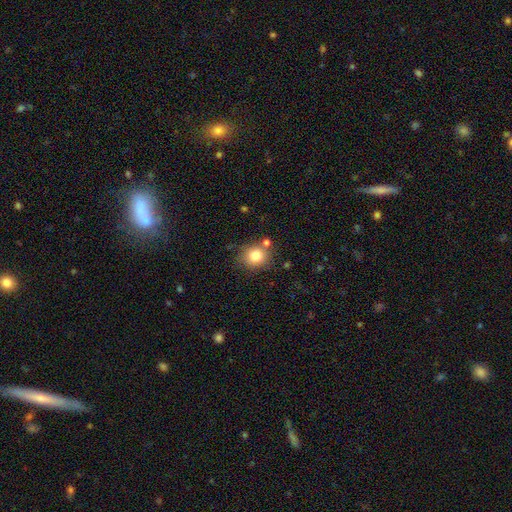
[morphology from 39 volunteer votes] smooth-or-featured: smooth: 85% | featured or disk: 10% | star or artifact: 5%
  how-rounded: round: 82% | in between: 18% | cigar-shaped: 0%
  merging: none: 84% | minor disturbance: 8% | merger: 8% | major disturbance: 0%